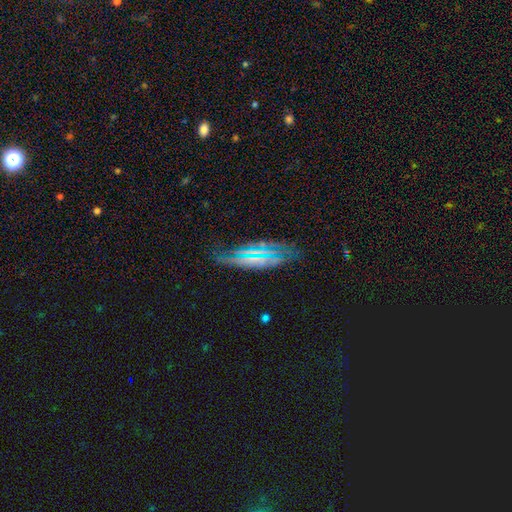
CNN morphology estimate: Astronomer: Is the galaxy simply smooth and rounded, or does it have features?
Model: smooth — 39%, tied with featured or disk at 39%.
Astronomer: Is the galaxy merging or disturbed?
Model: none — 75%.